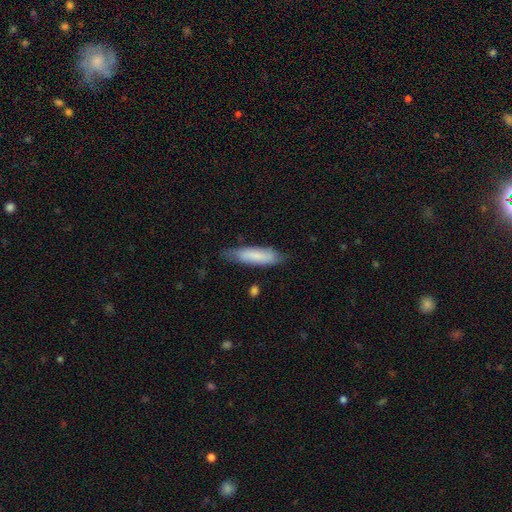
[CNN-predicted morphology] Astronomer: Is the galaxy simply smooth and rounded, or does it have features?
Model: smooth — 76%.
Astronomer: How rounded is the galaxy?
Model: cigar-shaped — 69%.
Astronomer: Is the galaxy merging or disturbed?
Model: none — 75%.